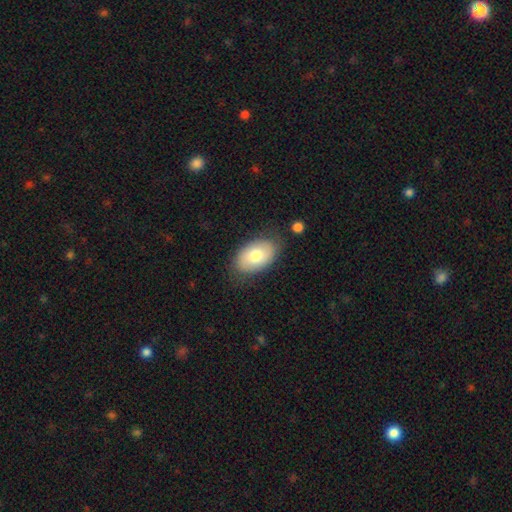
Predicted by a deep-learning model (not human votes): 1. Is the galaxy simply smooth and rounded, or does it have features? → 76% smooth, 18% featured or disk, 6% star or artifact.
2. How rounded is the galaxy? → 91% in between, 8% round, 1% cigar-shaped.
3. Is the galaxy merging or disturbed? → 78% none, 16% minor disturbance, 4% major disturbance, 2% merger.